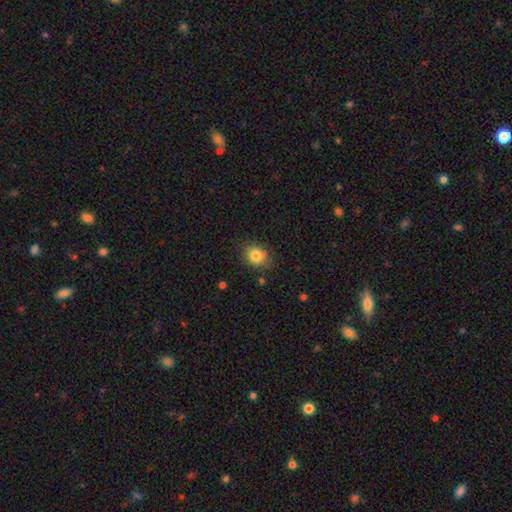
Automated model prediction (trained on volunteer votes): smooth_or_featured: smooth (p=0.82) [alt: star or artifact p=0.10]
how_rounded: round (p=0.54) [alt: in between p=0.45]
merging: none (p=0.79) [alt: minor disturbance p=0.16]